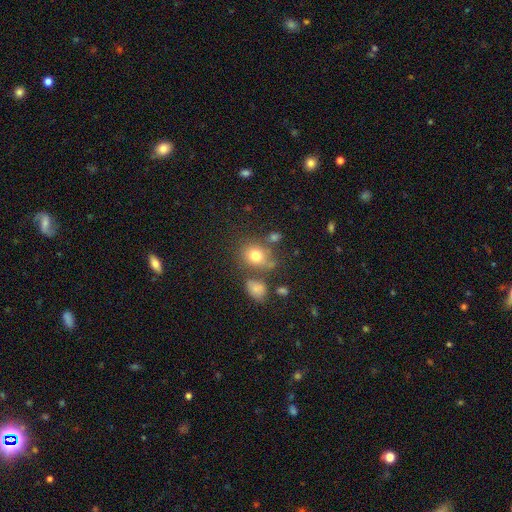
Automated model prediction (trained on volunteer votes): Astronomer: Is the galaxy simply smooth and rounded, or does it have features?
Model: smooth — 76%.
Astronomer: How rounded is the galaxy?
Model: round — 62%.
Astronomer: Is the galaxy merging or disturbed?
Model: none — 63%.